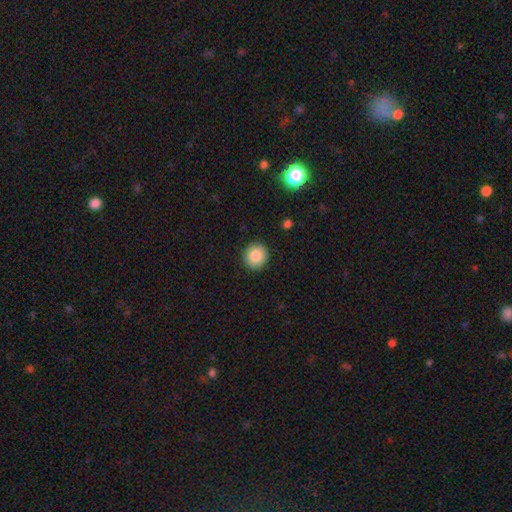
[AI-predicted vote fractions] smooth_or_featured: smooth (p=0.85) [alt: star or artifact p=0.09]
how_rounded: round (p=0.92) [alt: in between p=0.07]
merging: none (p=0.92) [alt: minor disturbance p=0.05]